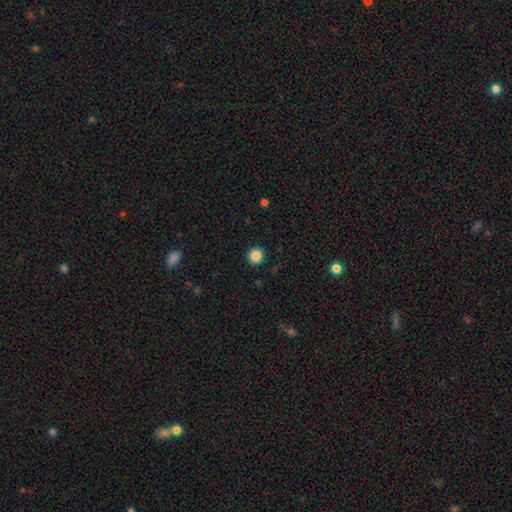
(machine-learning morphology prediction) The model was most divided on "smooth or featured": smooth: 86%, star or artifact: 10%, featured or disk: 4%. More confident: how rounded — round (94%); merging — none (93%).